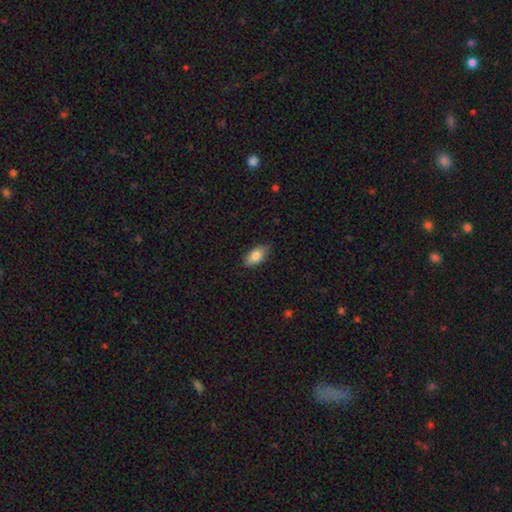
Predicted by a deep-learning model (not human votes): smooth_or_featured: smooth (p=0.86) [alt: featured or disk p=0.08]
how_rounded: in between (p=0.92) [alt: cigar-shaped p=0.05]
merging: none (p=0.82) [alt: minor disturbance p=0.14]